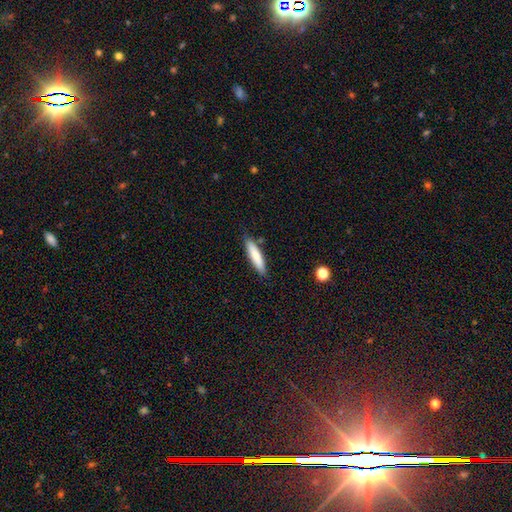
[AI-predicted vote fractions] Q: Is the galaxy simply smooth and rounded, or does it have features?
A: smooth — 79%.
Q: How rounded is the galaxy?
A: cigar-shaped — 81%.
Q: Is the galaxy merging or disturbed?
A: none — 84%.